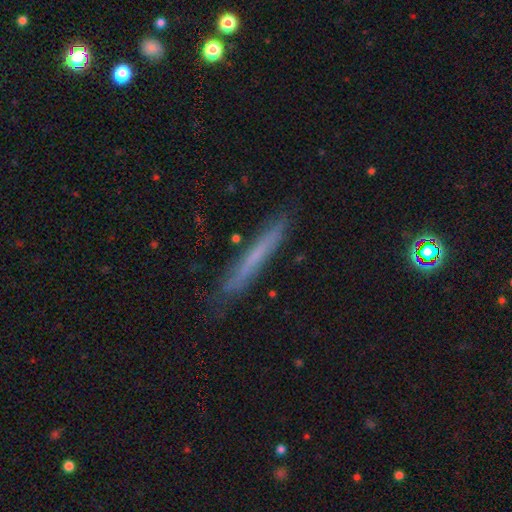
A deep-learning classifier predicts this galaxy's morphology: Q: Smooth or featured?
A: smooth (54%); runner-up: featured or disk (38%)
Q: How rounded?
A: cigar-shaped (96%); runner-up: in between (3%)
Q: Merging?
A: none (84%); runner-up: minor disturbance (12%)